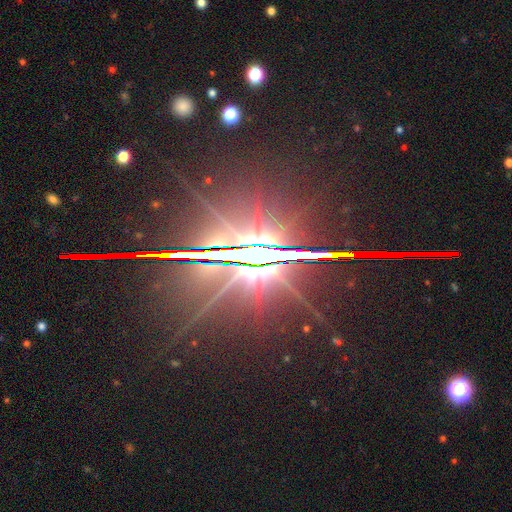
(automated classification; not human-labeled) Smooth or featured?
  - star or artifact: 82% *
  - featured or disk: 12%
  - smooth: 6%